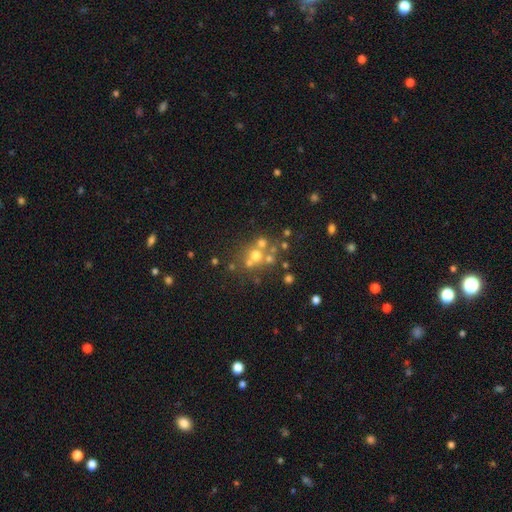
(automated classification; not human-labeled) This is possibly a smooth galaxy (50%). Merging: possibly none (51%).